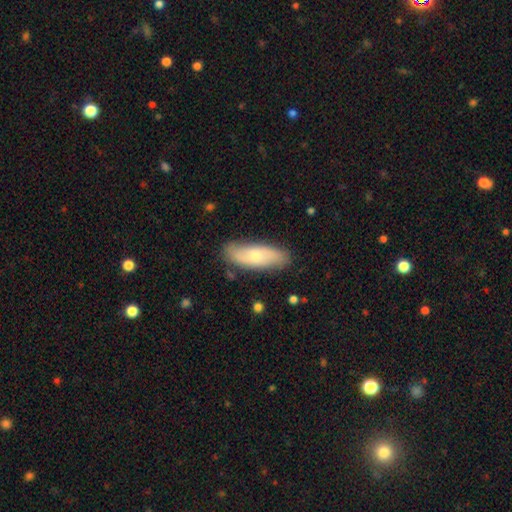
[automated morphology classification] The model was most divided on "how rounded": in between: 60%, cigar-shaped: 37%, round: 2%. More confident: merging — none (82%); smooth or featured — smooth (61%).